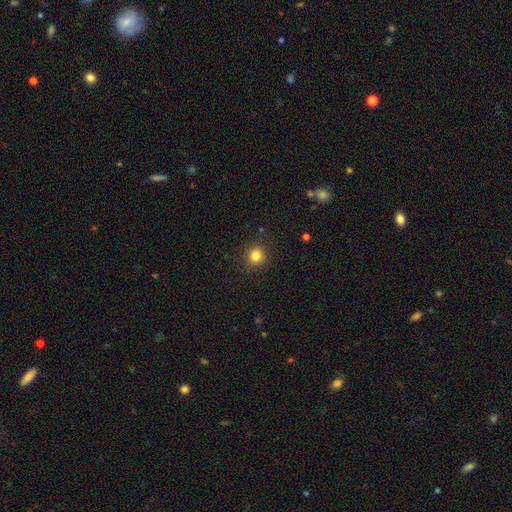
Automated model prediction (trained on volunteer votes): Q: Smooth or featured?
A: smooth (83%); runner-up: star or artifact (12%)
Q: How rounded?
A: round (91%); runner-up: in between (8%)
Q: Merging?
A: none (90%); runner-up: minor disturbance (7%)